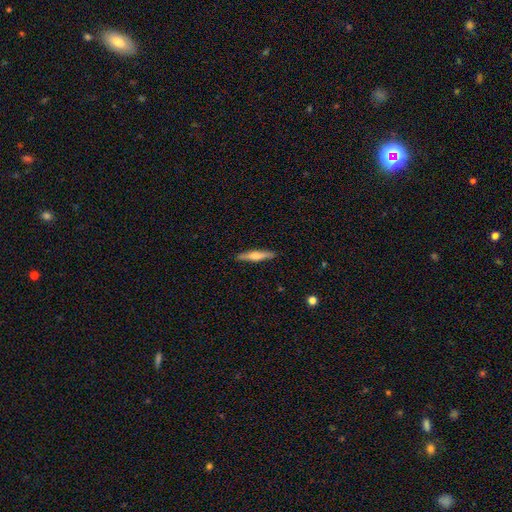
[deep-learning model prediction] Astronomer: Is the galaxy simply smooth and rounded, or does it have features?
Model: smooth — 47%, tied with featured or disk at 47%.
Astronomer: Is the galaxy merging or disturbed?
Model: none — 89%.